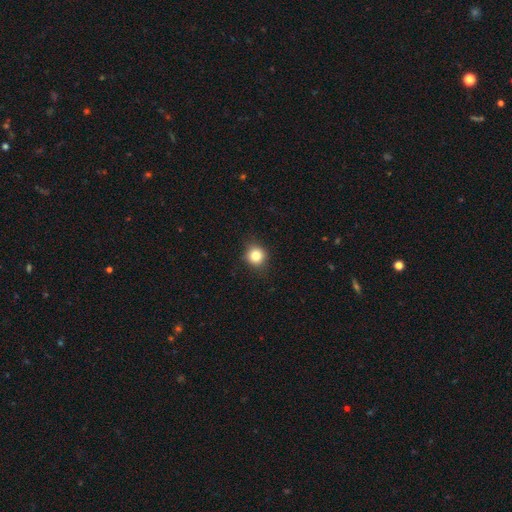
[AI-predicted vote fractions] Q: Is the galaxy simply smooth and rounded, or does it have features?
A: smooth — 82%.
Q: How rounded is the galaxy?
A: round — 88%.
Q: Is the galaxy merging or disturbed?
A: none — 86%.